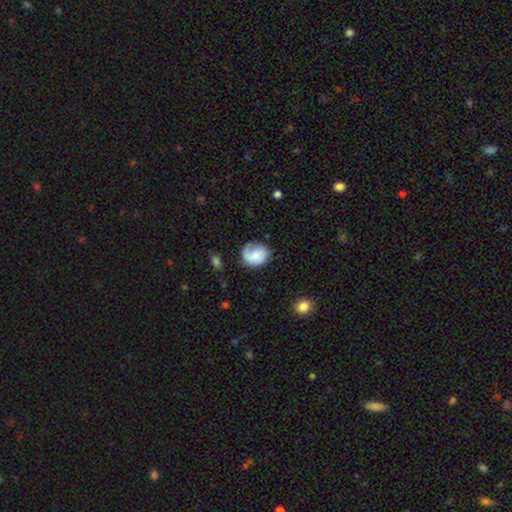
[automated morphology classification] type=featured or disk (49%); merging=none (61%).